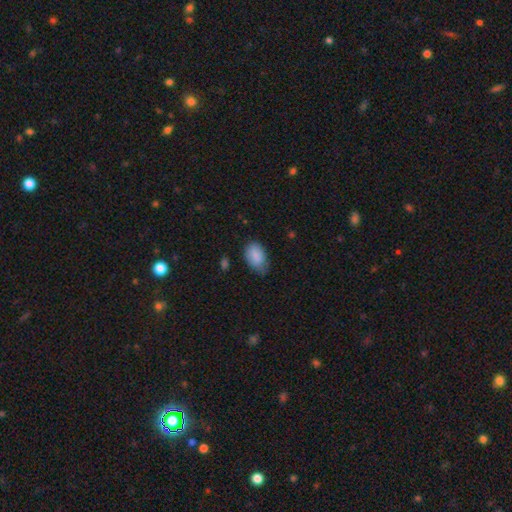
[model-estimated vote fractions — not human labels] smooth 87%, star or artifact 7%, featured or disk 6%. Down the decision tree: how rounded — in between (90%); merging — none (57%).